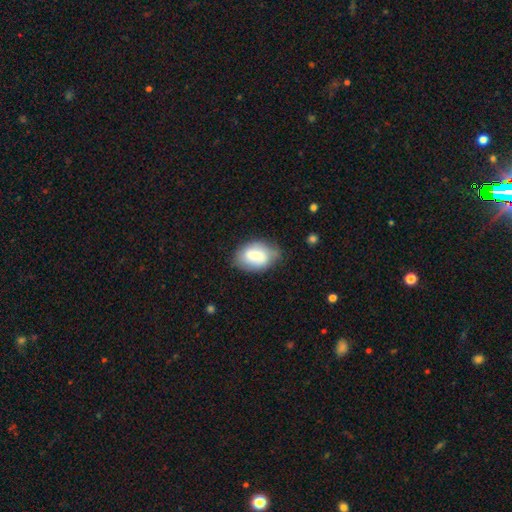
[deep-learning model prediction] smooth-or-featured: smooth: 65% | featured or disk: 28% | star or artifact: 7%
  how-rounded: in between: 80% | round: 18% | cigar-shaped: 1%
  merging: none: 66% | minor disturbance: 25% | major disturbance: 6% | merger: 2%